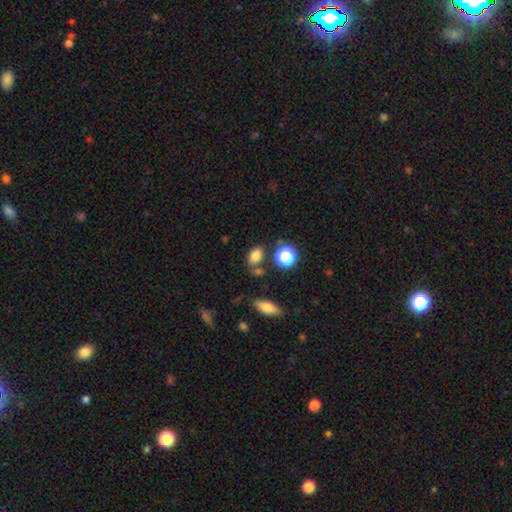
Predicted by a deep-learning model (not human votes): A smooth galaxy with no disk features (79%) that is in between round and cigar-shaped (76%). Merging: none (71%).